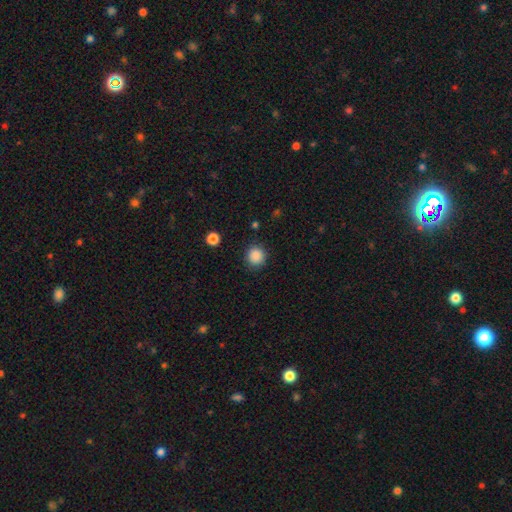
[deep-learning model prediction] Smooth or featured: smooth — 87% (star or artifact — 10%)
How rounded: round — 92% (in between — 7%)
Merging: none — 89% (minor disturbance — 7%)